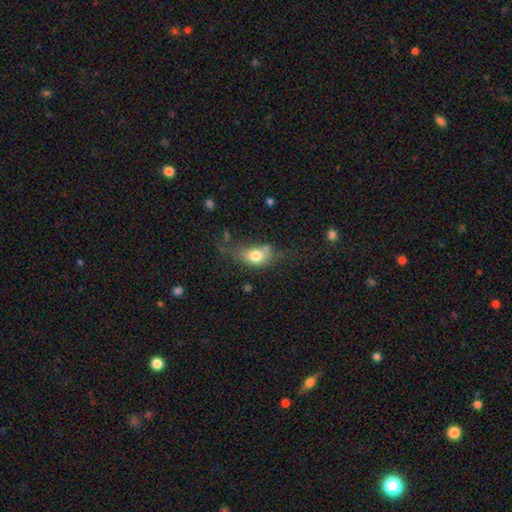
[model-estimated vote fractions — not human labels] This appears to be a smooth galaxy with no disk features (74%) that is in between round and cigar-shaped (79%). Merging: none (39%).